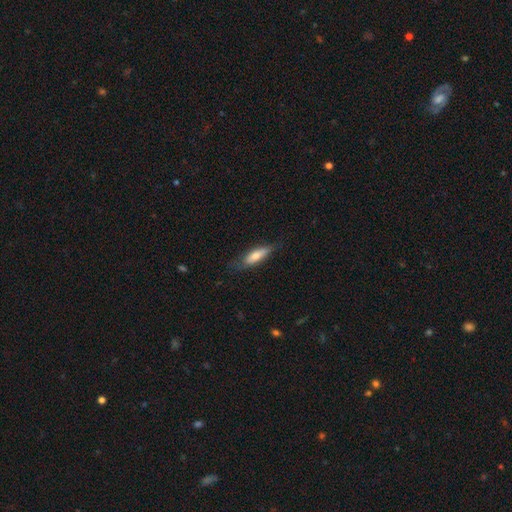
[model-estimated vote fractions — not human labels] A smooth galaxy with no disk features (66%) that is cigar-shaped (57%).

Vote fractions:
- Smooth or featured? smooth: 66% / featured or disk: 27% / star or artifact: 6%
- How rounded? cigar-shaped: 57% / in between: 41% / round: 2%
- Merging? none: 70% / minor disturbance: 23% / major disturbance: 6% / merger: 1%